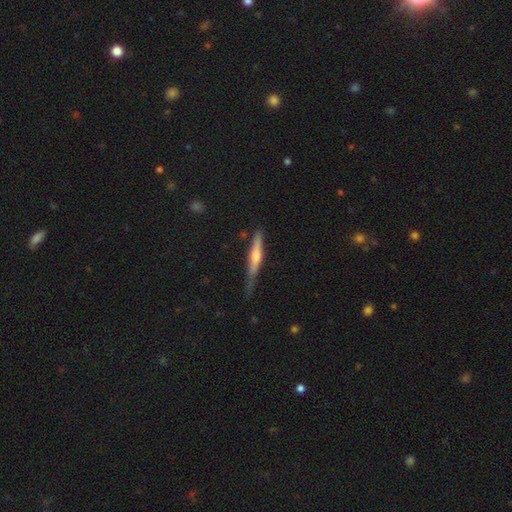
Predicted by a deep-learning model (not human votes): This appears to be a featured or disk galaxy (58%) viewed edge-on (95%) with a rounded central bulge (73%). Merging: none (63%).